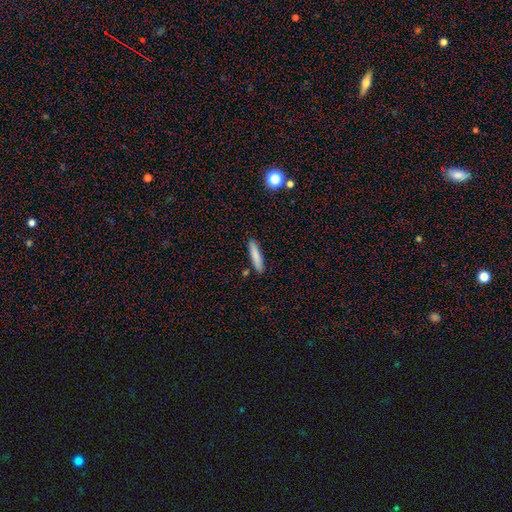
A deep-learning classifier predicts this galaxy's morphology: Smooth or featured? Predicted: smooth (p=0.81). How rounded? Predicted: cigar-shaped (p=0.86). Merging? Predicted: none (p=0.87).